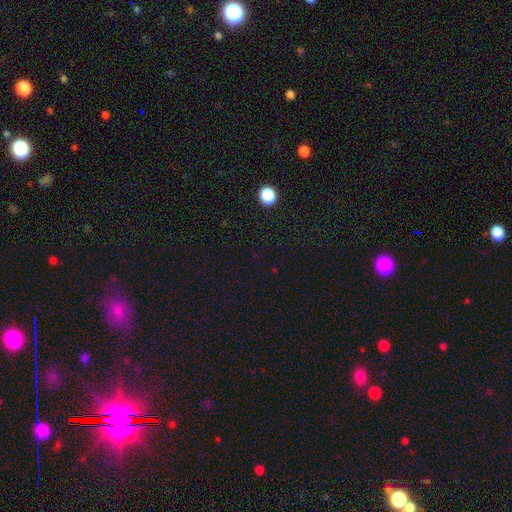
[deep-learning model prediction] Morphology: type=star or artifact (58%).